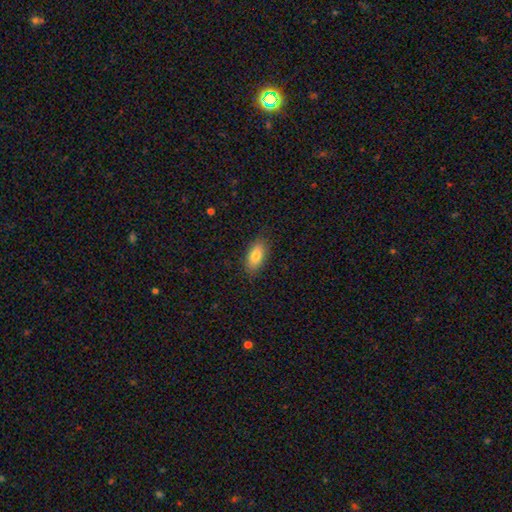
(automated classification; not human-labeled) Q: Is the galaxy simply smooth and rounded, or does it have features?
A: smooth — 81%.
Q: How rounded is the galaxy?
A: in between — 88%.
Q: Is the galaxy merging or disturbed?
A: none — 86%.